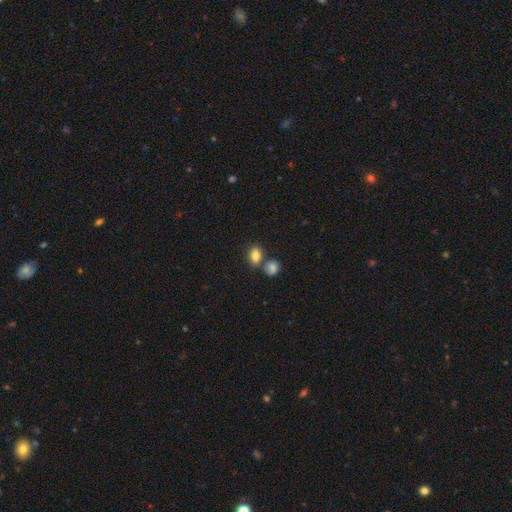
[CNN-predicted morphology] Smooth or featured? smooth (82%)
How rounded? in between (71%)
Merging? none (58%)